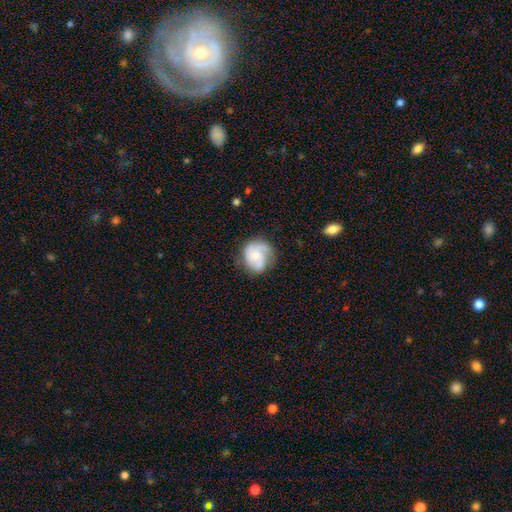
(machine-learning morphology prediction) Smooth or featured?
  - featured or disk: 58% *
  - smooth: 35%
  - star or artifact: 7%
Edge-on disk?
  - no: 98% *
  - yes: 2%
Bar?
  - no: 70% *
  - weak: 26%
  - strong: 4%
Spiral arms?
  - yes: 88% *
  - no: 12%
Spiral winding?
  - medium: 42% *
  - tight: 38%
  - loose: 20%
Spiral arm count?
  - 2: 44% *
  - can't tell: 18%
  - 1: 18%
  - 3: 15%
  - 4: 2%
  - more than 4: 2%
Bulge size?
  - small: 48% *
  - moderate: 34%
  - none: 11%
  - large: 5%
  - dominant: 2%
Merging?
  - none: 61% *
  - minor disturbance: 24%
  - major disturbance: 12%
  - merger: 2%